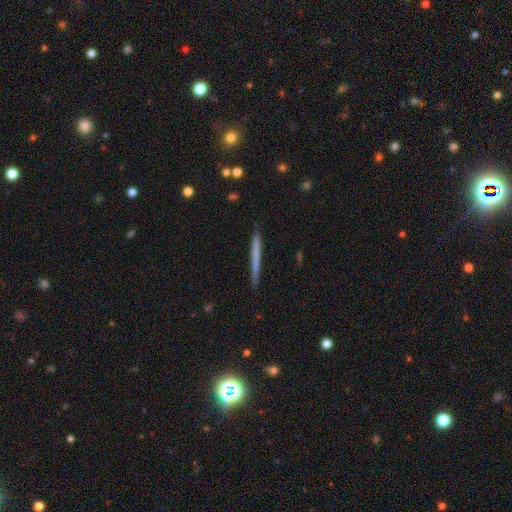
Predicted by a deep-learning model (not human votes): Q: Smooth or featured?
A: smooth (57%); runner-up: featured or disk (38%)
Q: How rounded?
A: cigar-shaped (97%); runner-up: in between (2%)
Q: Merging?
A: none (91%); runner-up: minor disturbance (7%)